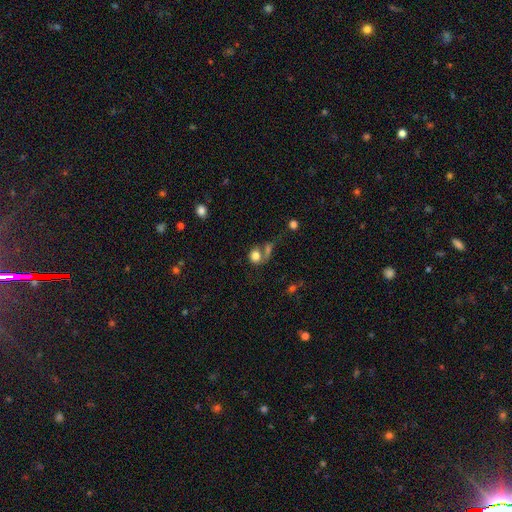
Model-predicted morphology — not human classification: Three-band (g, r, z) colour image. It shows a smooth galaxy with no disk features (79%) that is round (68%). Merging: none (40%).